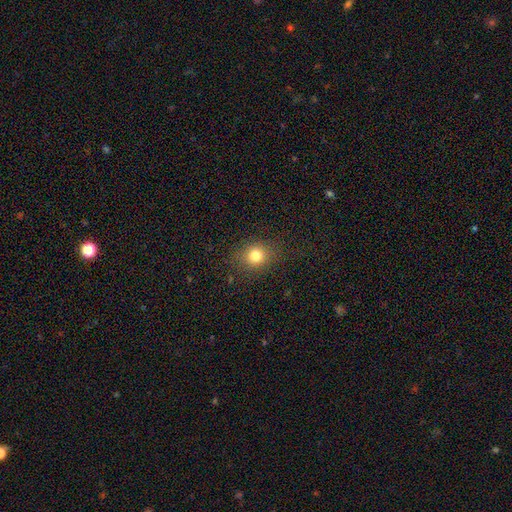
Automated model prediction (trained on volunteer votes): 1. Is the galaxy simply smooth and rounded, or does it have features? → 79% smooth, 14% star or artifact, 8% featured or disk.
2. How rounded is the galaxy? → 70% round, 29% in between, 1% cigar-shaped.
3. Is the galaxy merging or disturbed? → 85% none, 10% minor disturbance, 4% major disturbance, 1% merger.